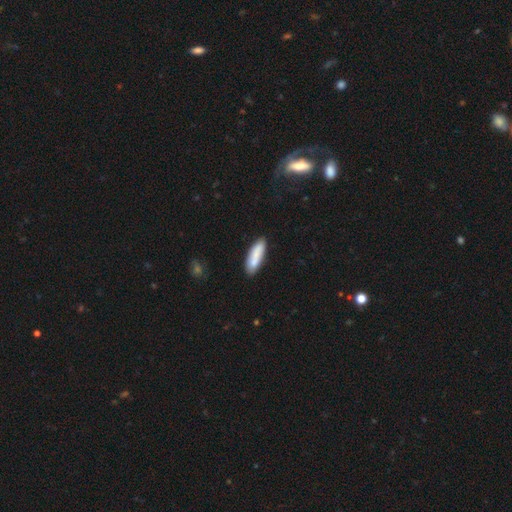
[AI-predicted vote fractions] Smooth or featured: smooth — 81% (featured or disk — 13%)
How rounded: cigar-shaped — 53% (in between — 45%)
Merging: none — 78% (minor disturbance — 15%)